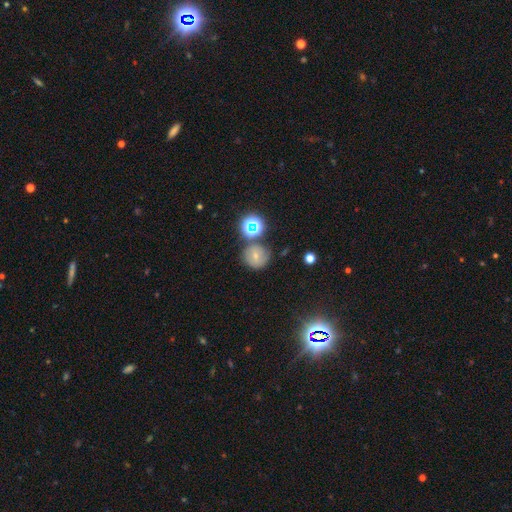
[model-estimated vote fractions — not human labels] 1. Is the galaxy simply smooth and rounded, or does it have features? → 54% smooth, 27% featured or disk, 19% star or artifact.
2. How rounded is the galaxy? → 89% round, 10% in between, 1% cigar-shaped.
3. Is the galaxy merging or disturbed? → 68% none, 15% minor disturbance, 12% merger, 5% major disturbance.